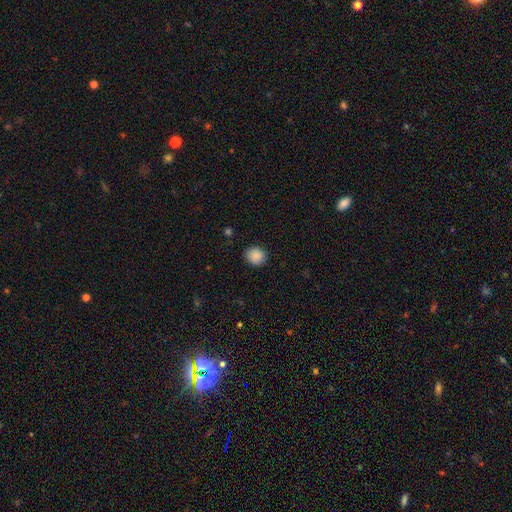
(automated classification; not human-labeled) A smooth galaxy with no disk features (89%) that is round (85%).

Vote fractions:
- Smooth or featured? smooth: 89% / star or artifact: 8% / featured or disk: 3%
- How rounded? round: 85% / in between: 14% / cigar-shaped: 1%
- Merging? none: 89% / minor disturbance: 8% / major disturbance: 2% / merger: 1%